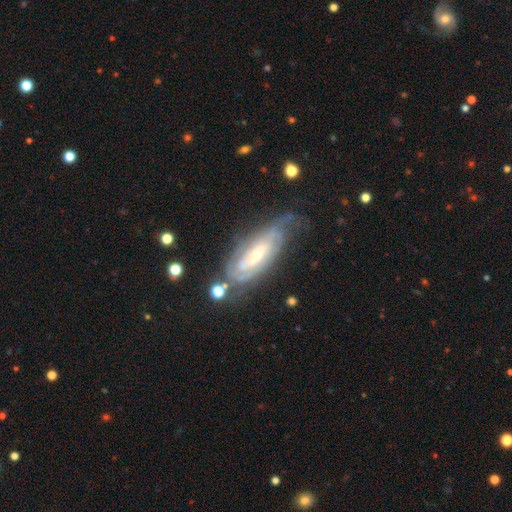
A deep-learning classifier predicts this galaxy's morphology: Overall: featured or disk (80%). Edge-on disk: no (86%). Bar: no (44%; weak 40%). Spiral arms: yes (93%). Spiral arm count: can't tell (46%; 2 25%). Spiral winding: tight (64%; medium 29%). Bulge size: moderate (44%; small 41%). Merging: none (61%; minor disturbance 23%).